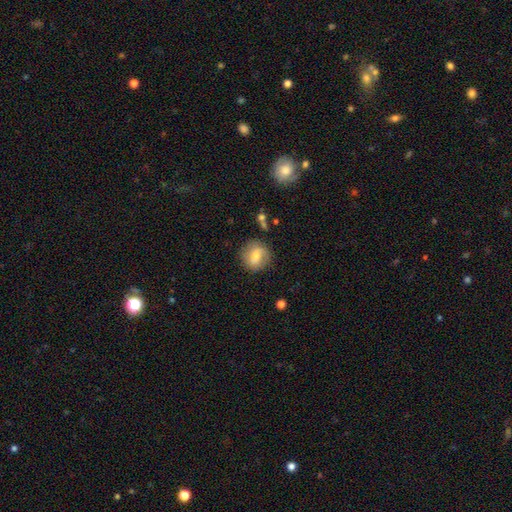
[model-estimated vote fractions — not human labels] A smooth galaxy with no disk features (63%) that is round (83%).

Vote fractions:
- Smooth or featured? smooth: 63% / featured or disk: 29% / star or artifact: 8%
- How rounded? round: 83% / in between: 15% / cigar-shaped: 1%
- Merging? none: 80% / minor disturbance: 13% / major disturbance: 4% / merger: 3%